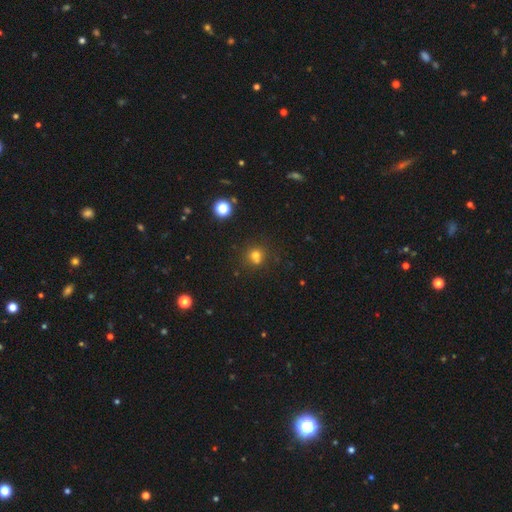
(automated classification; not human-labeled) smooth_or_featured: smooth (p=0.71) [alt: star or artifact p=0.20]
how_rounded: round (p=0.84) [alt: in between p=0.15]
merging: none (p=0.60) [alt: merger p=0.24]